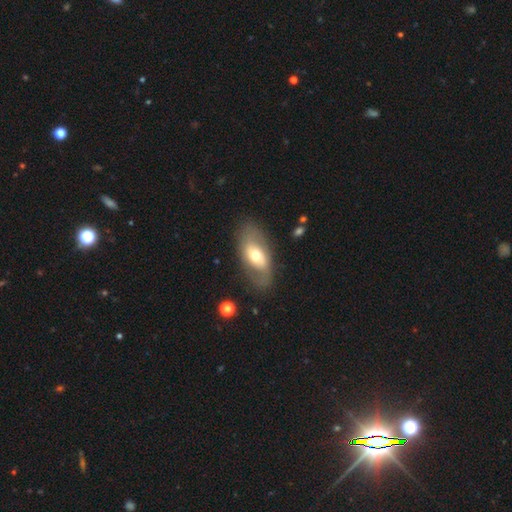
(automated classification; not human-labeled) The model was most divided on "smooth or featured" (2-way tie): featured or disk: 47%, smooth: 47%, star or artifact: 6%. More confident: merging — none (74%).